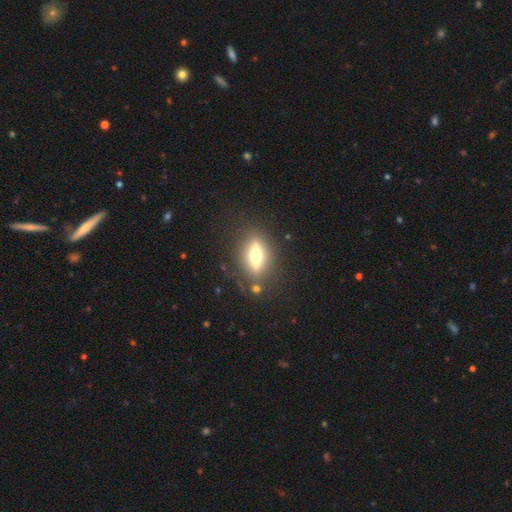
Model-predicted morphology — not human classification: A featured or disk galaxy (52%) viewed edge-on (78%).

Vote fractions:
- Smooth or featured? featured or disk: 52% / smooth: 40% / star or artifact: 8%
- Edge-on disk? yes: 78% / no: 22%
- Merging? none: 83% / minor disturbance: 10% / major disturbance: 5% / merger: 3%